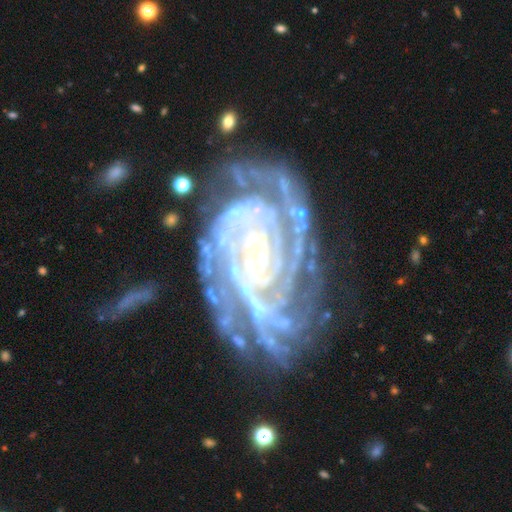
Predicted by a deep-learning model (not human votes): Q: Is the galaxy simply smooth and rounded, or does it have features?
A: featured or disk — 91%.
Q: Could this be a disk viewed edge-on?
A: no — 97%.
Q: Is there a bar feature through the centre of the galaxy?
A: no — 52%.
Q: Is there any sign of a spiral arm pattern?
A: yes — 98%.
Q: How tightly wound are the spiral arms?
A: tight — 80%.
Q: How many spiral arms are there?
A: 3 — 20%, tied with 4 and 2.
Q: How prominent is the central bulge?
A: small — 72%.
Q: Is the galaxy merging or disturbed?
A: none — 66%.